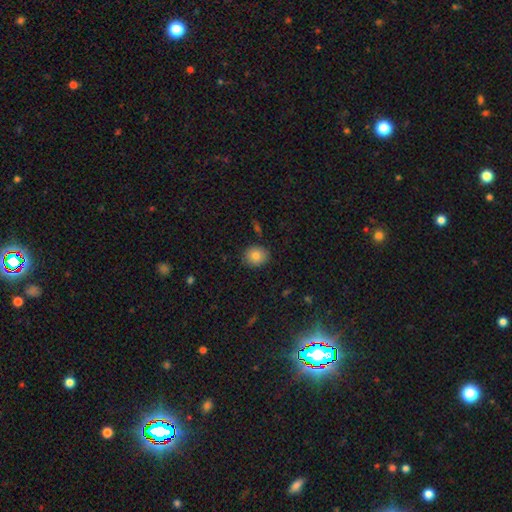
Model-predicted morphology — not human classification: This appears to be a smooth galaxy with no disk features (83%) that is round (71%). Merging: none (87%).